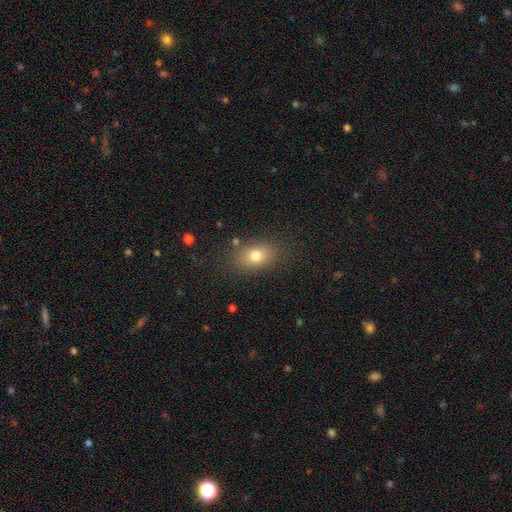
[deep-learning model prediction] A smooth galaxy with no disk features (77%) that is in between round and cigar-shaped (77%). Merging: none (81%).